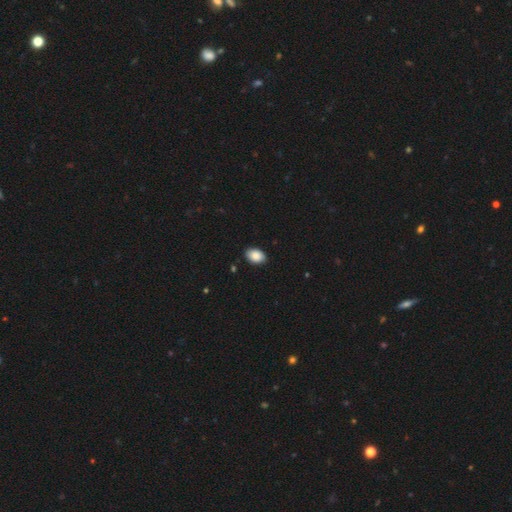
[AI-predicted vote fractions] This is clearly a smooth galaxy (88%). How rounded: clearly in between (87%). Merging: clearly none (89%).